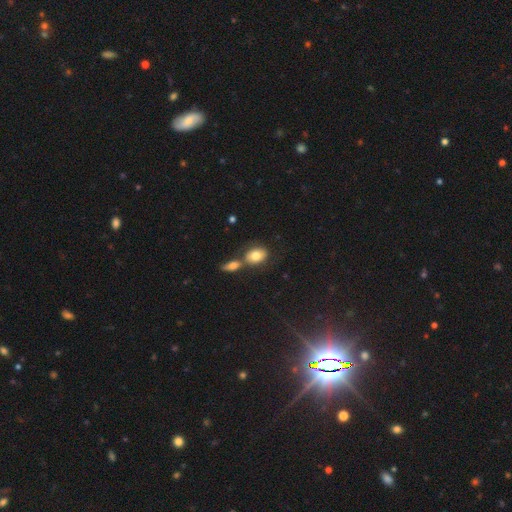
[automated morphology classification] Overall: smooth (78%). How rounded: in between (73%). Merging: none (45%; merger 39%).